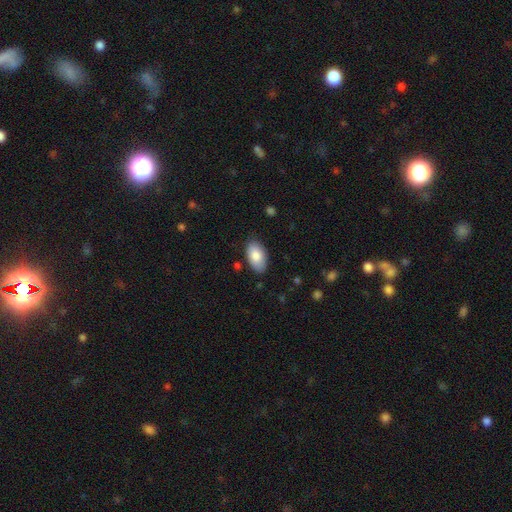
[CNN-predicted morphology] Smooth or featured: smooth — 83% (featured or disk — 11%)
How rounded: in between — 95% (round — 3%)
Merging: none — 83% (minor disturbance — 13%)